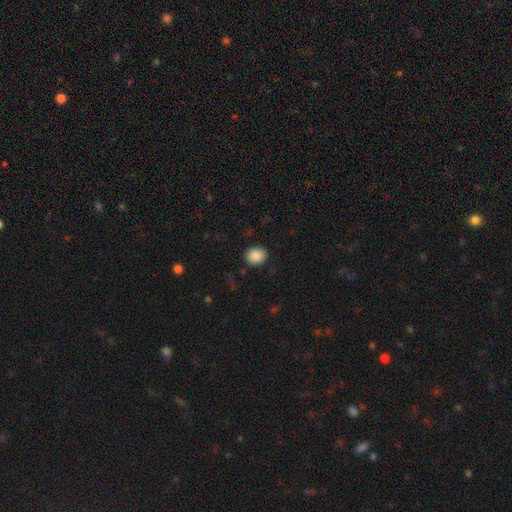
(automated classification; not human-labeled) Smooth or featured? Predicted: smooth (p=0.88). How rounded? Predicted: round (p=0.57). Merging? Predicted: none (p=0.87).